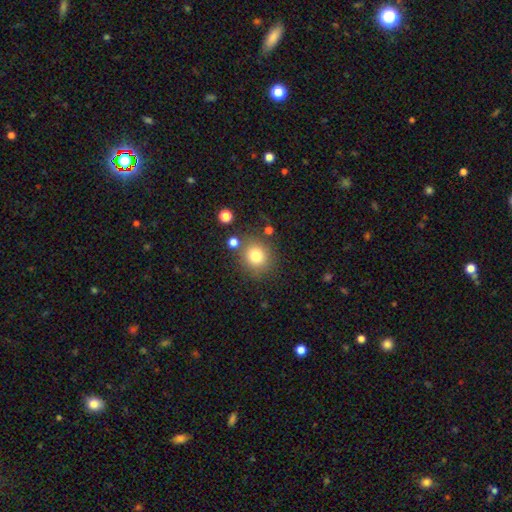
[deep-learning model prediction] Smooth or featured? smooth (79%)
How rounded? round (85%)
Merging? none (78%)